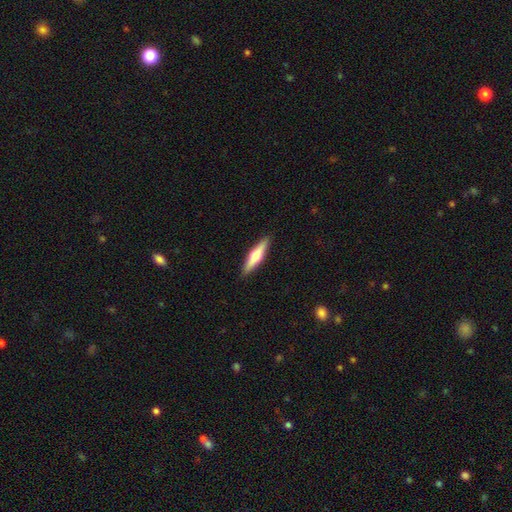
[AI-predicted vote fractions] This appears to be a smooth galaxy with no disk features (47%, tied with featured or disk). Merging: none (91%).